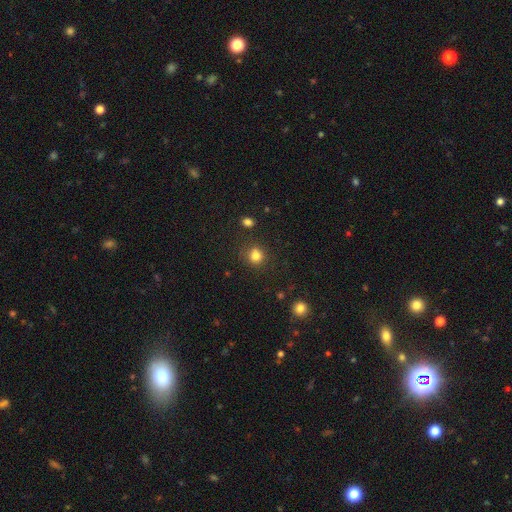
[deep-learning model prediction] Overall: smooth (82%). How rounded: round (83%). Merging: none (79%).